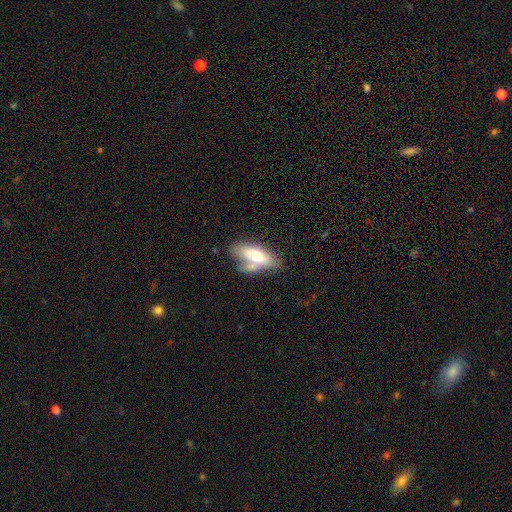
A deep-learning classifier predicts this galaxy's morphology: This appears to be a smooth galaxy with no disk features (61%) that is in between round and cigar-shaped (74%). Merging: none (46%).